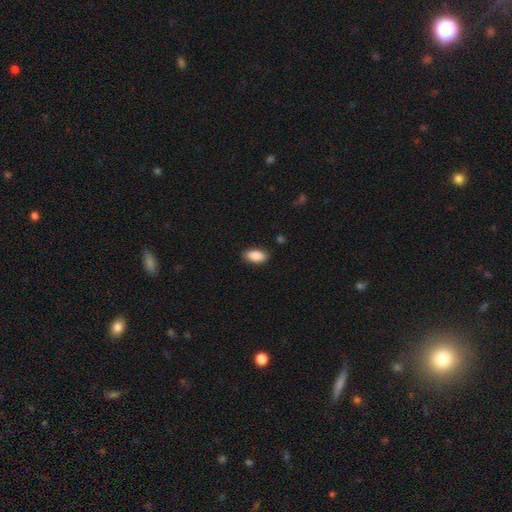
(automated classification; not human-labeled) Overall: smooth (89%). How rounded: in between (94%). Merging: none (85%).